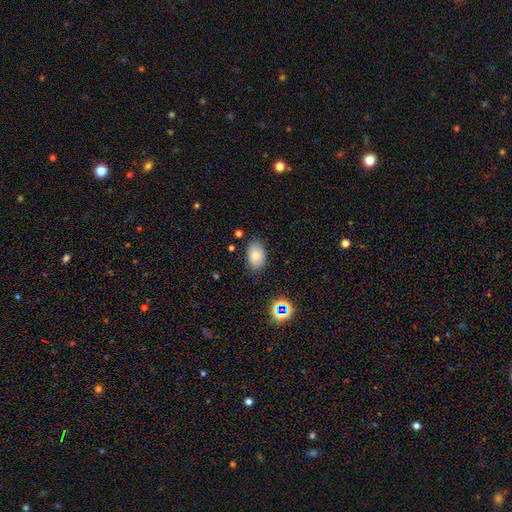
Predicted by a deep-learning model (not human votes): This appears to be a smooth galaxy with no disk features (78%) that is in between round and cigar-shaped (86%). Merging: none (80%).